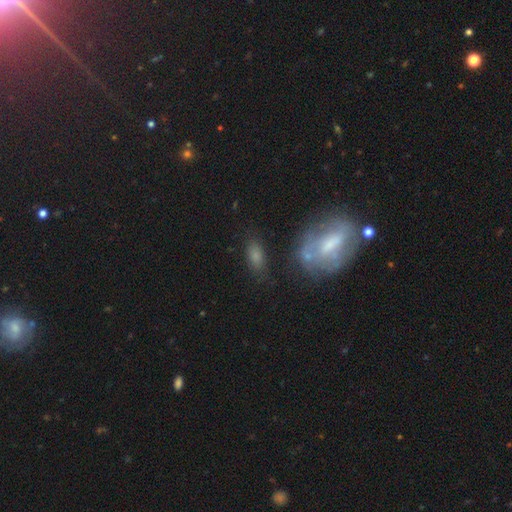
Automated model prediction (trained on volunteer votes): Smooth or featured? smooth (71%)
How rounded? in between (82%)
Merging? none (69%)